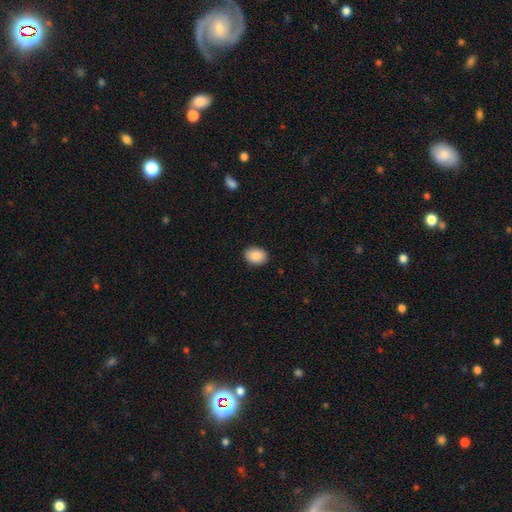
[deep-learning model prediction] A smooth galaxy with no disk features (89%) that is in between round and cigar-shaped (70%).

Vote fractions:
- Smooth or featured? smooth: 89% / star or artifact: 7% / featured or disk: 4%
- How rounded? in between: 70% / round: 29% / cigar-shaped: 1%
- Merging? none: 90% / minor disturbance: 7% / major disturbance: 2% / merger: 1%